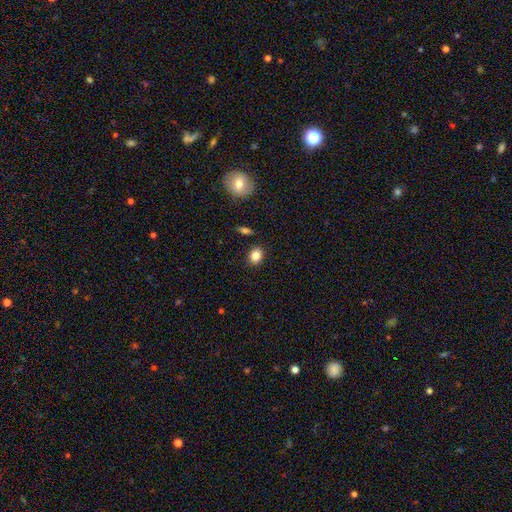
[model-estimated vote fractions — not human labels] Smooth or featured: smooth — 84% (star or artifact — 9%)
How rounded: in between — 55% (round — 43%)
Merging: none — 87% (minor disturbance — 9%)